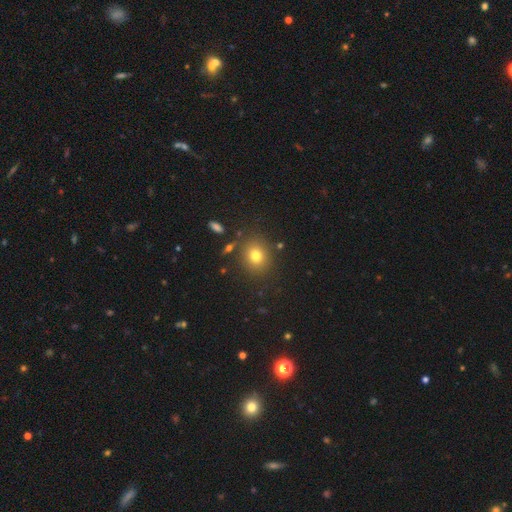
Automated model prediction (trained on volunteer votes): Morphology: type=smooth (76%); roundness=round (70%); merging=none (84%).